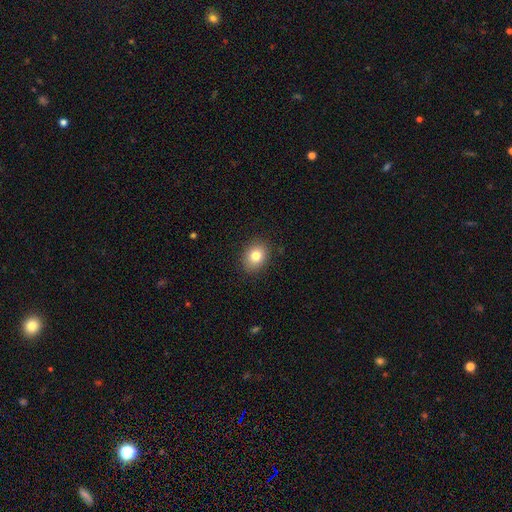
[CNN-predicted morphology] A smooth galaxy with no disk features (80%) that is in between round and cigar-shaped (52%). Merging: none (88%).